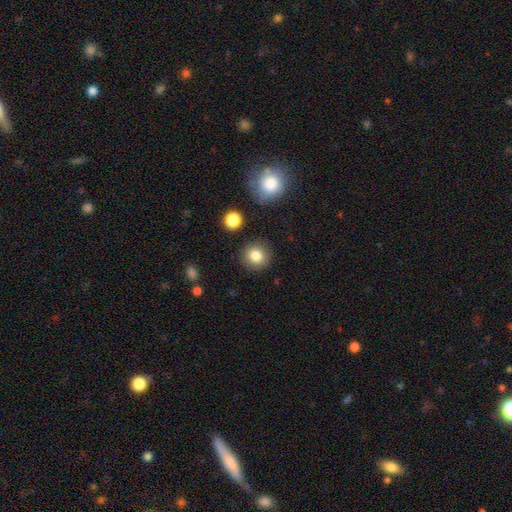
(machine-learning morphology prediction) This appears to be a smooth galaxy with no disk features (82%) that is round (92%). Merging: none (89%).